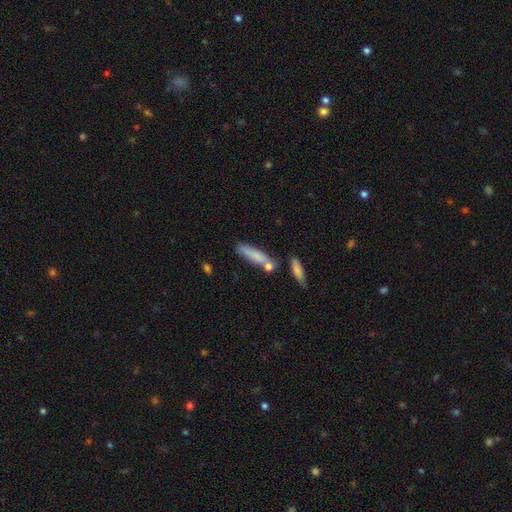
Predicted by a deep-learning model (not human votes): smooth_or_featured: smooth (p=0.76) [alt: featured or disk p=0.17]
how_rounded: cigar-shaped (p=0.74) [alt: in between p=0.24]
merging: none (p=0.64) [alt: merger p=0.17]